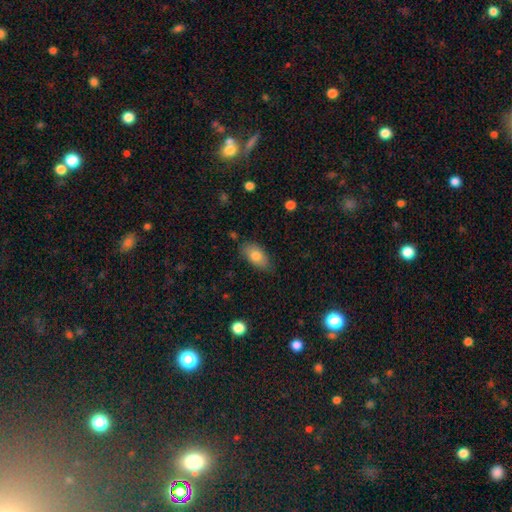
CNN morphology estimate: smooth 80%, featured or disk 13%, star or artifact 7%. Down the decision tree: how rounded — in between (91%); merging — none (78%).